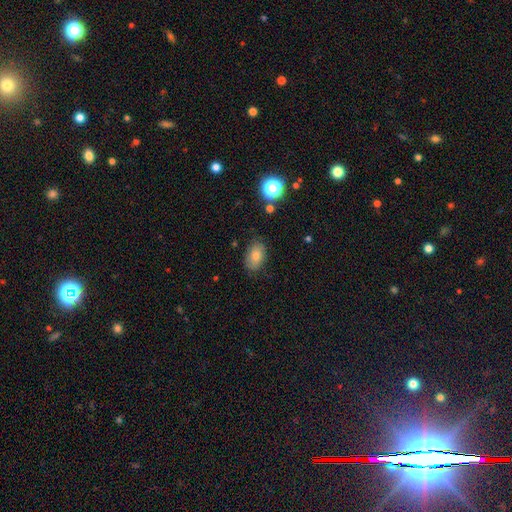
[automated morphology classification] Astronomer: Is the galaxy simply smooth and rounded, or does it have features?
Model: smooth — 74%.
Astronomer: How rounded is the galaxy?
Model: in between — 88%.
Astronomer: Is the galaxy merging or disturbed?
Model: none — 81%.